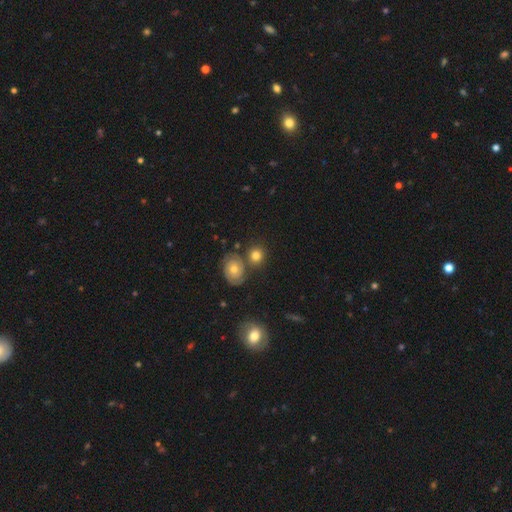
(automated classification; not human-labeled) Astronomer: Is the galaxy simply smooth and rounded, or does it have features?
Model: smooth — 68%.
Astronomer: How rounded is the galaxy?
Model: round — 80%.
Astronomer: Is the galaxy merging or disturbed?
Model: none — 67%.